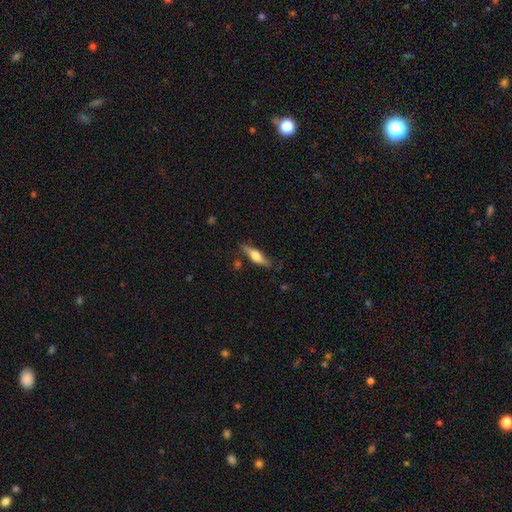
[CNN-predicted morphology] smooth_or_featured: smooth (p=0.49) [alt: featured or disk p=0.45]
merging: none (p=0.76) [alt: minor disturbance p=0.17]